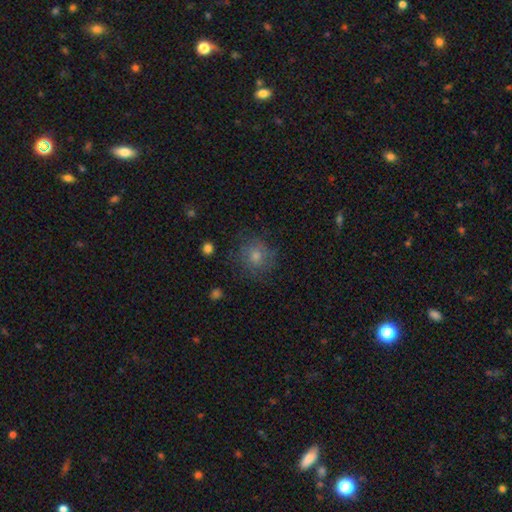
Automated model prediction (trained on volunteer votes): This is possibly a smooth galaxy (57%). How rounded: clearly round (88%). Merging: likely none (80%).